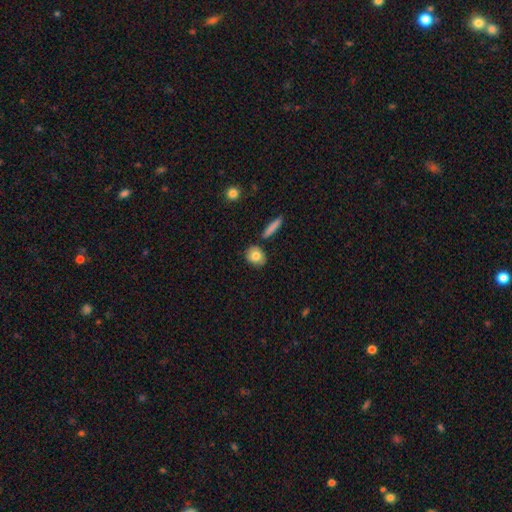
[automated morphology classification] Smooth or featured? Predicted: smooth (p=0.80). How rounded? Predicted: round (p=0.54). Merging? Predicted: none (p=0.77).